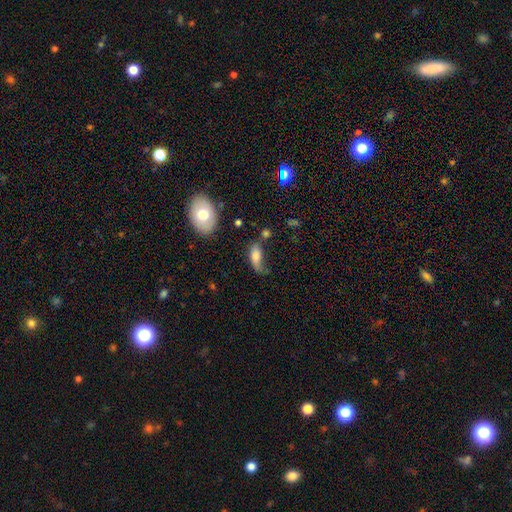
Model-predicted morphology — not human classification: A smooth galaxy with no disk features (72%) that is in between round and cigar-shaped (80%).

Vote fractions:
- Smooth or featured? smooth: 72% / featured or disk: 19% / star or artifact: 9%
- How rounded? in between: 80% / cigar-shaped: 14% / round: 6%
- Merging? major disturbance: 32% / none: 29% / minor disturbance: 29% / merger: 11%